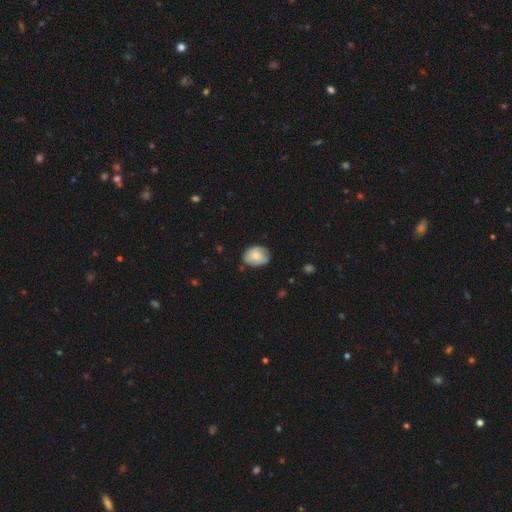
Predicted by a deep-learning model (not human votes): Smooth or featured?
  - smooth: 68% *
  - featured or disk: 25%
  - star or artifact: 7%
How rounded?
  - in between: 56% *
  - round: 43%
  - cigar-shaped: 1%
Merging?
  - none: 64% *
  - minor disturbance: 29%
  - major disturbance: 6%
  - merger: 1%